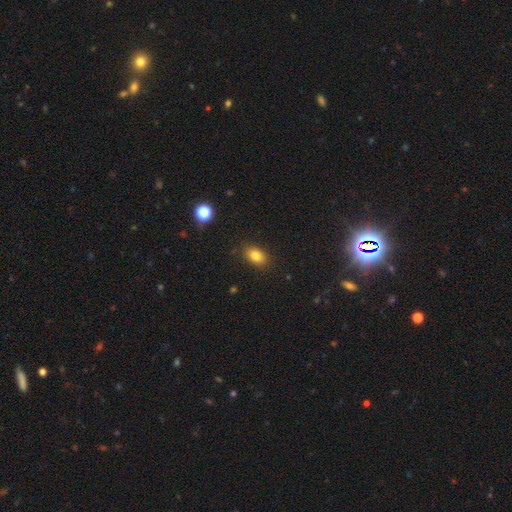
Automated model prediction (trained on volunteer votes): Morphology: type=smooth (83%); roundness=in between (81%); merging=none (86%).